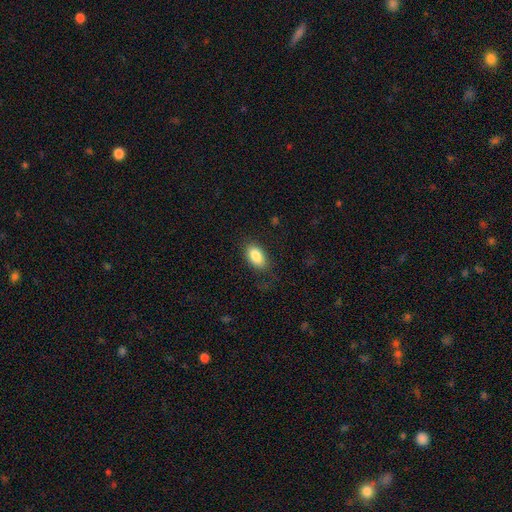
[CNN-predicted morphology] Smooth or featured? Predicted: smooth (p=0.85). How rounded? Predicted: in between (p=0.92). Merging? Predicted: none (p=0.79).